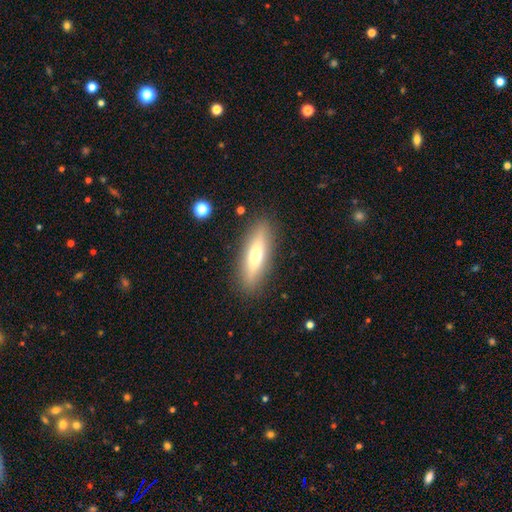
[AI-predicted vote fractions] smooth-or-featured: smooth: 56% | featured or disk: 37% | star or artifact: 7%
  how-rounded: cigar-shaped: 63% | in between: 35% | round: 2%
  merging: none: 88% | minor disturbance: 8% | major disturbance: 2% | merger: 2%